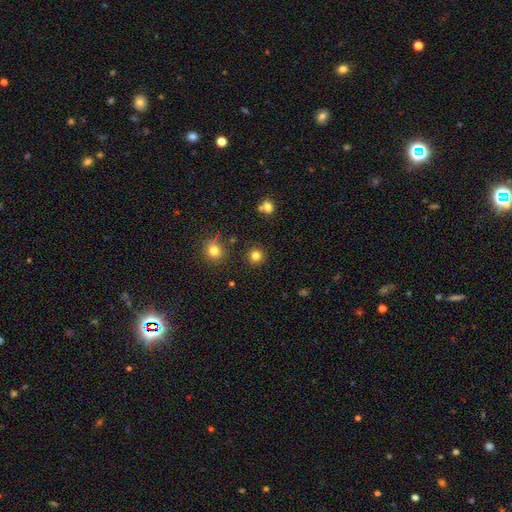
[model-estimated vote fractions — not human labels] A smooth galaxy with no disk features (82%) that is round (94%).

Vote fractions:
- Smooth or featured? smooth: 82% / star or artifact: 13% / featured or disk: 5%
- How rounded? round: 94% / in between: 5% / cigar-shaped: 1%
- Merging? none: 90% / minor disturbance: 5% / major disturbance: 2% / merger: 2%